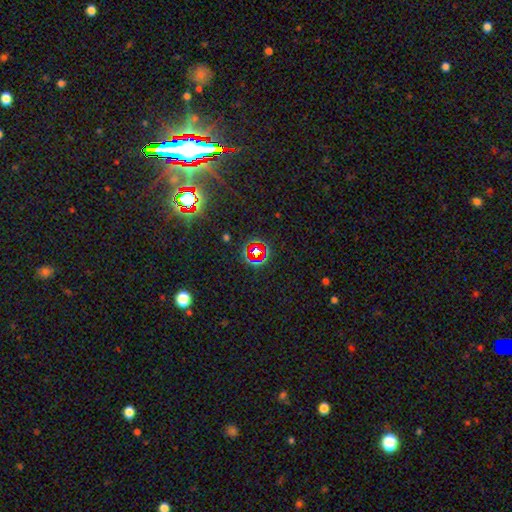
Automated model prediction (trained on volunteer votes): Smooth or featured?
  - star or artifact: 69% *
  - smooth: 19%
  - featured or disk: 13%